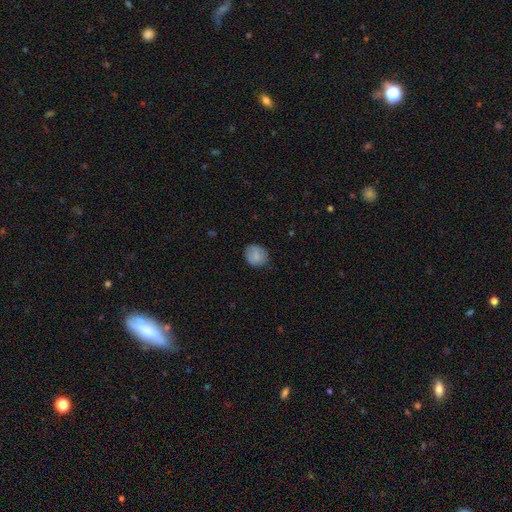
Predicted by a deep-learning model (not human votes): Smooth or featured?
  - smooth: 82% *
  - featured or disk: 10%
  - star or artifact: 8%
How rounded?
  - round: 70% *
  - in between: 29%
  - cigar-shaped: 1%
Merging?
  - none: 79% *
  - minor disturbance: 16%
  - major disturbance: 4%
  - merger: 1%